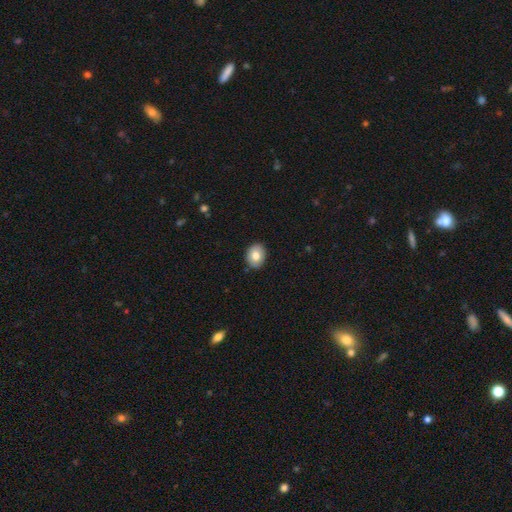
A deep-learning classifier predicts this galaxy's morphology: A smooth galaxy with no disk features (77%) that is in between round and cigar-shaped (54%).

Vote fractions:
- Smooth or featured? smooth: 77% / featured or disk: 16% / star or artifact: 8%
- How rounded? in between: 54% / round: 45% / cigar-shaped: 1%
- Merging? none: 89% / minor disturbance: 9% / major disturbance: 2% / merger: 1%